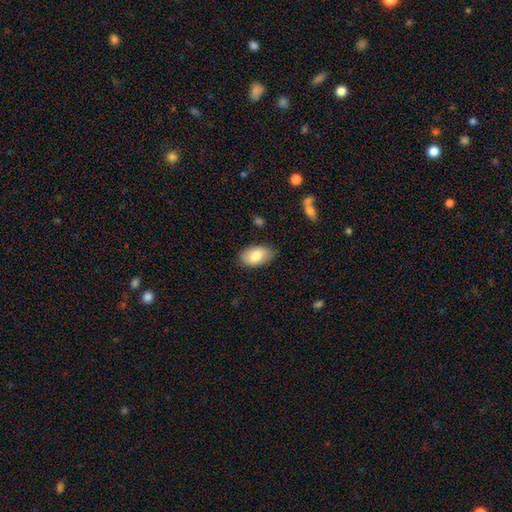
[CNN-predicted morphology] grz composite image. It shows a smooth galaxy with no disk features (82%) that is in between round and cigar-shaped (93%). Merging: none (82%).